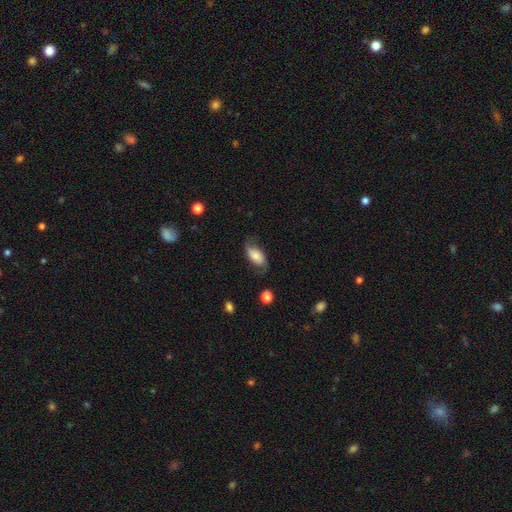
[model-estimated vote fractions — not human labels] Smooth or featured?
  - smooth: 46% * (tied)
  - featured or disk: 46% * (tied)
  - star or artifact: 8%
Merging?
  - none: 63% *
  - minor disturbance: 24%
  - major disturbance: 11%
  - merger: 2%